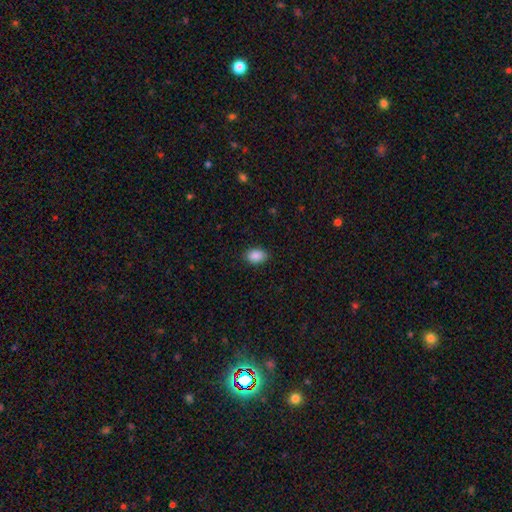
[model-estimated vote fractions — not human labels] Morphology: type=smooth (89%); roundness=in between (83%); merging=none (87%).